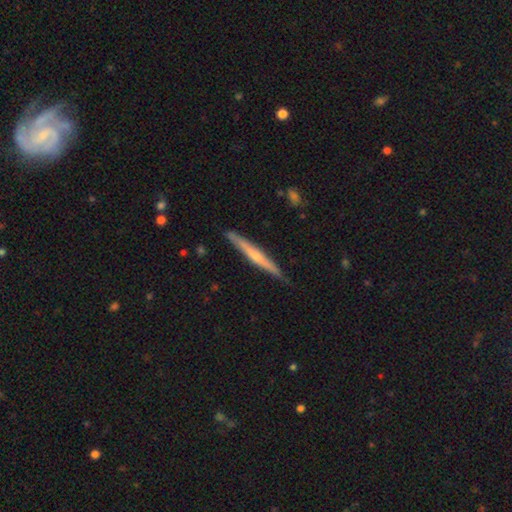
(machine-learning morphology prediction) This appears to be a featured or disk galaxy (58%) viewed edge-on (97%) with a rounded central bulge (53%). Merging: none (88%).